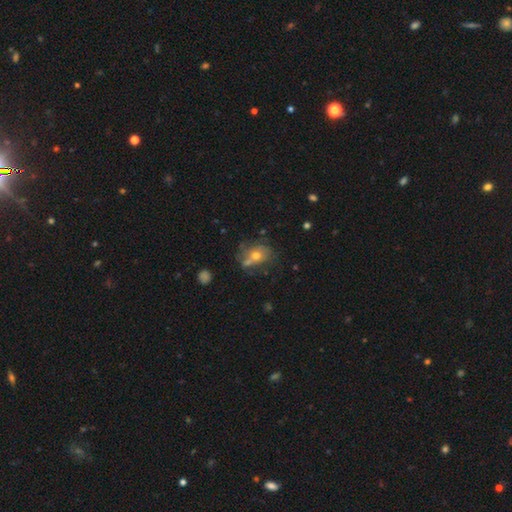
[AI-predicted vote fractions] This is possibly a smooth galaxy (49%). Merging: possibly none (51%).